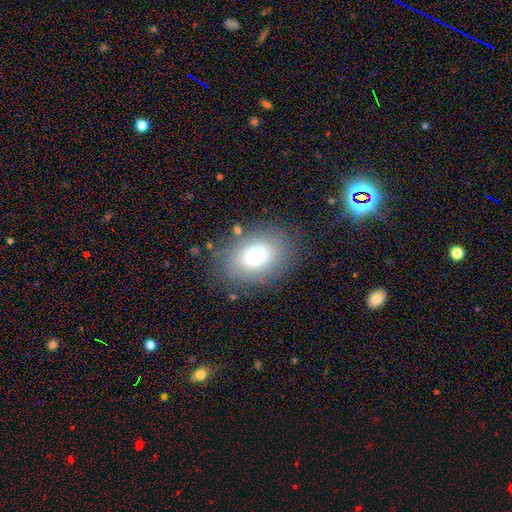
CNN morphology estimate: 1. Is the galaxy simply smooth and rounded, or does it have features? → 75% smooth, 14% featured or disk, 11% star or artifact.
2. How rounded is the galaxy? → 79% in between, 20% round, 1% cigar-shaped.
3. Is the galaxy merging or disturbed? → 79% none, 13% minor disturbance, 6% major disturbance, 2% merger.